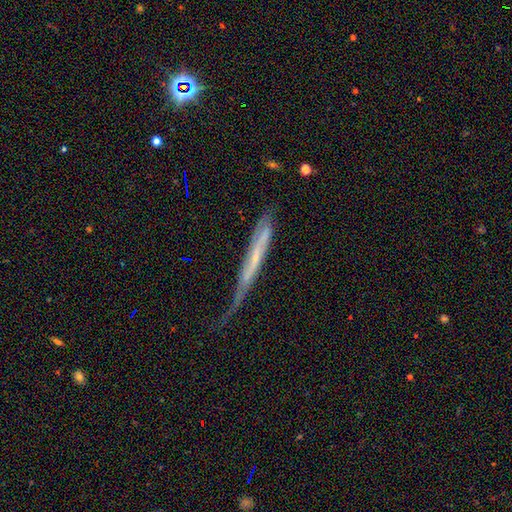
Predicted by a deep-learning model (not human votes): featured or disk 54%, smooth 33%, star or artifact 13%. Down the decision tree: edge-on disk — yes (79%); merging — none (47%).